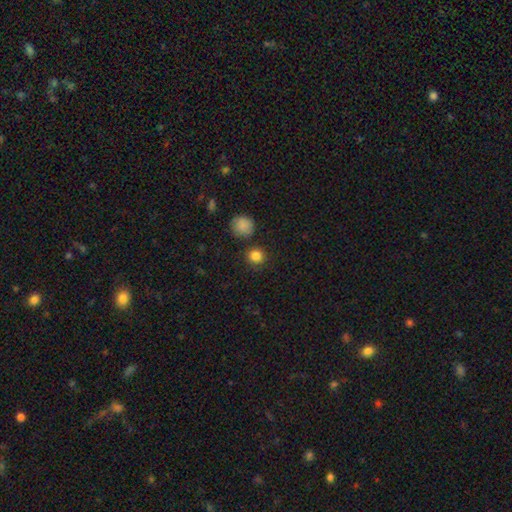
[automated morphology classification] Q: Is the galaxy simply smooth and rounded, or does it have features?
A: smooth — 85%.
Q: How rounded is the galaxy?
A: round — 92%.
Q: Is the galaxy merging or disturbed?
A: none — 85%.